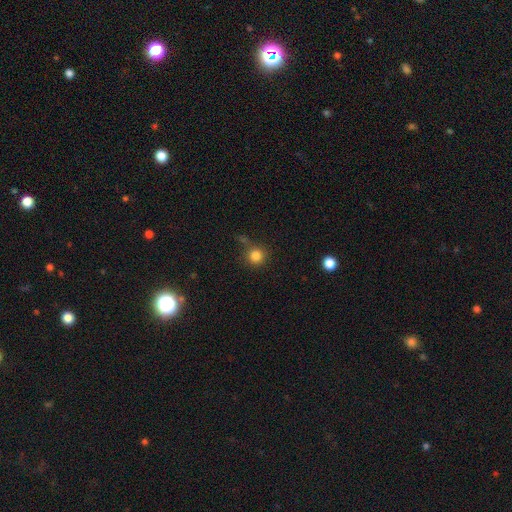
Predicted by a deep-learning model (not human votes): Morphology: type=smooth (83%); roundness=round (94%); merging=none (73%).